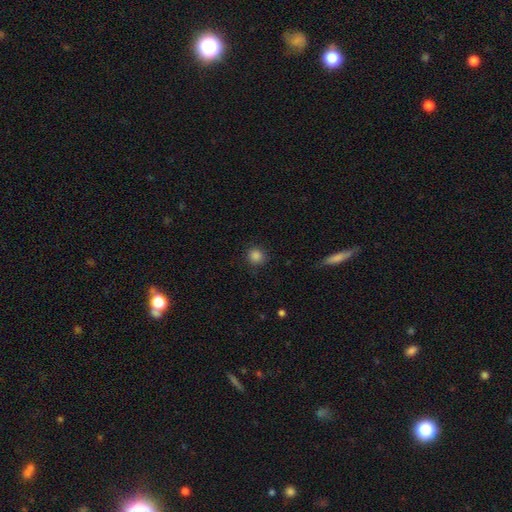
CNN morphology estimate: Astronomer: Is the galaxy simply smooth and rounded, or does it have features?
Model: smooth — 85%.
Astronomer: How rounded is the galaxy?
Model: round — 89%.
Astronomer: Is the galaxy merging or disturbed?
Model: none — 88%.